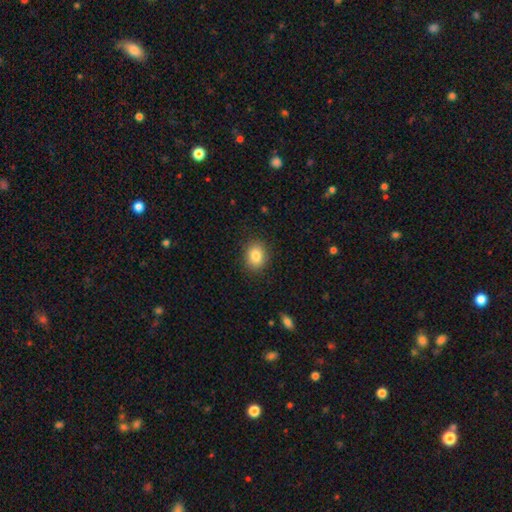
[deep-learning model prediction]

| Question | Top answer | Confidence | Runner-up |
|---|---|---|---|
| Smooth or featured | smooth | 84% | star or artifact (9%) |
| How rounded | in between | 51% | round (48%) |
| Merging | none | 88% | minor disturbance (9%) |